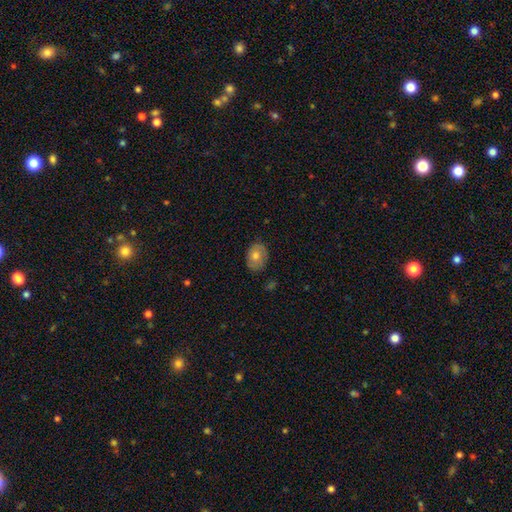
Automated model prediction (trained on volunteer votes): Morphology: type=smooth (63%); roundness=in between (68%); merging=none (79%).